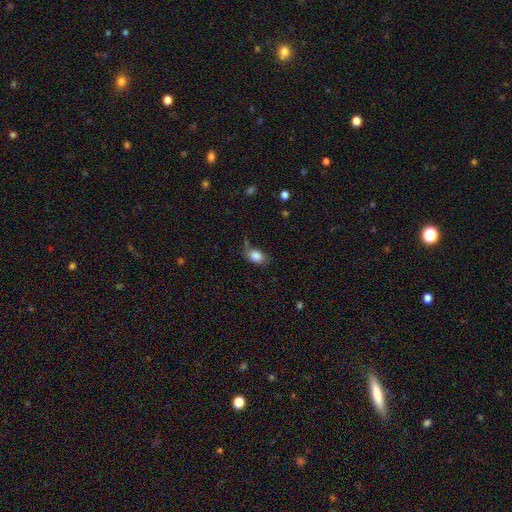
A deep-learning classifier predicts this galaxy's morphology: A smooth galaxy with no disk features (85%) that is in between round and cigar-shaped (84%). Merging: none (63%).